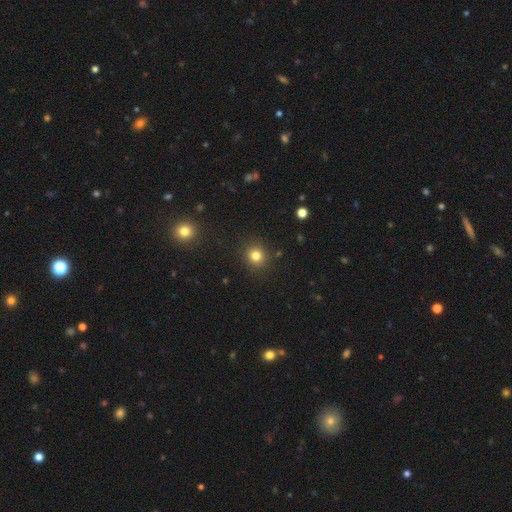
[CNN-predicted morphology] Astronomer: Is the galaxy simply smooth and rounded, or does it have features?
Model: smooth — 80%.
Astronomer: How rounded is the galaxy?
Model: round — 88%.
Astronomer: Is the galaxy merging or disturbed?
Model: none — 90%.